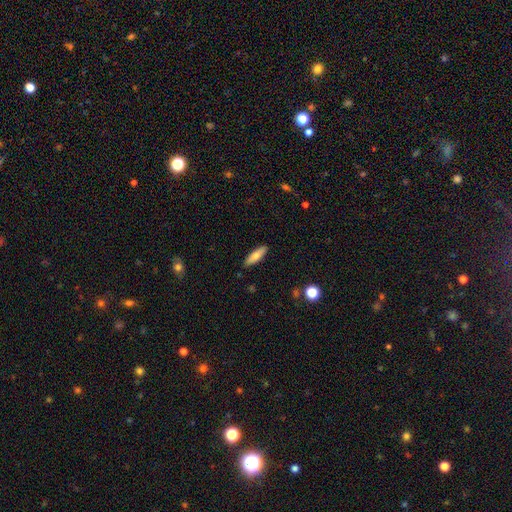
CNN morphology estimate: This appears to be a smooth galaxy with no disk features (75%) that is cigar-shaped (56%). Merging: none (89%).